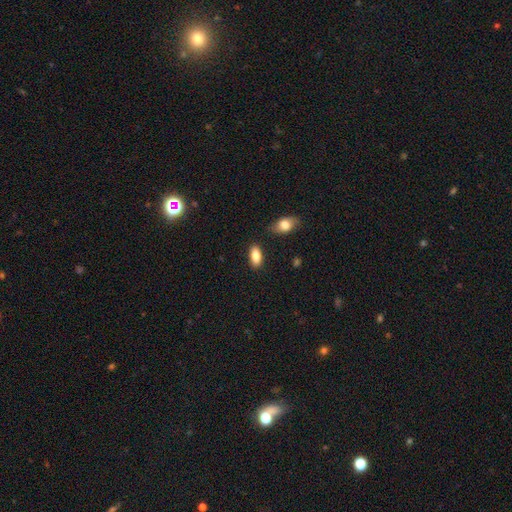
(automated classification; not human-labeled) smooth-or-featured: smooth: 83% | featured or disk: 10% | star or artifact: 7%
  how-rounded: in between: 88% | cigar-shaped: 8% | round: 3%
  merging: none: 84% | minor disturbance: 10% | merger: 3% | major disturbance: 2%